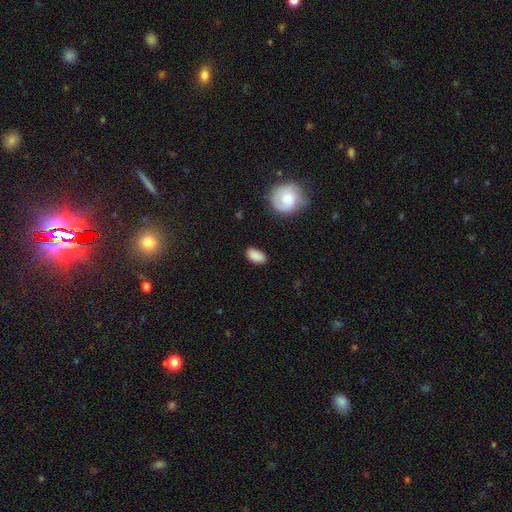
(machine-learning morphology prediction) Smooth or featured: smooth — 87% (star or artifact — 7%)
How rounded: in between — 92% (round — 6%)
Merging: none — 83% (minor disturbance — 12%)